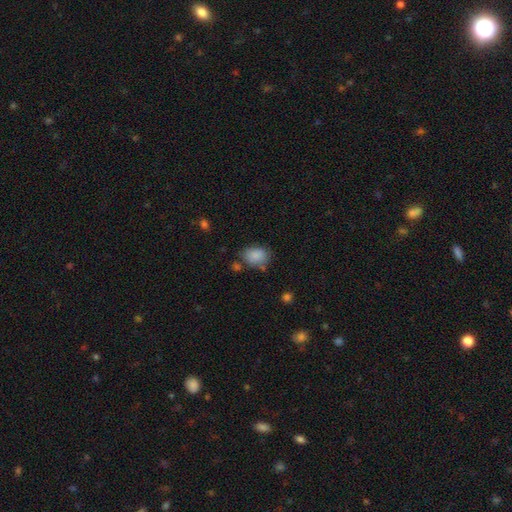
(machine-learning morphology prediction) This appears to be a smooth galaxy with no disk features (85%) that is in between round and cigar-shaped (67%). Merging: none (64%).